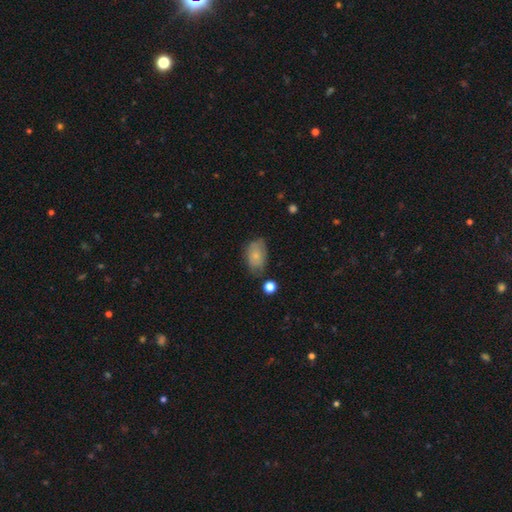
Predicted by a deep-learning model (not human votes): smooth-or-featured: smooth: 75% | featured or disk: 17% | star or artifact: 8%
  how-rounded: in between: 87% | round: 12% | cigar-shaped: 1%
  merging: none: 62% | minor disturbance: 27% | major disturbance: 8% | merger: 3%